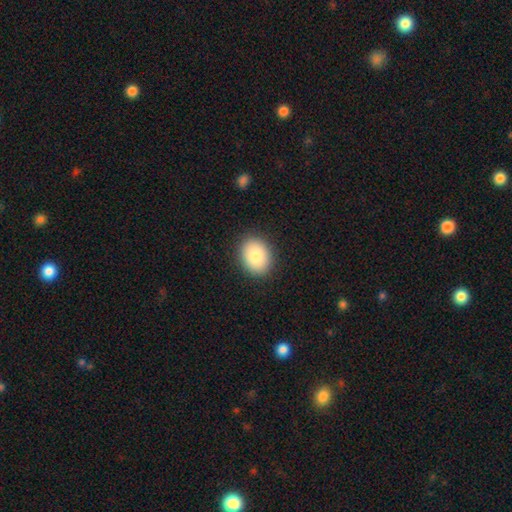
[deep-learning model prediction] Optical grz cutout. It shows a smooth galaxy with no disk features (84%) that is in between round and cigar-shaped (57%). Merging: none (89%).